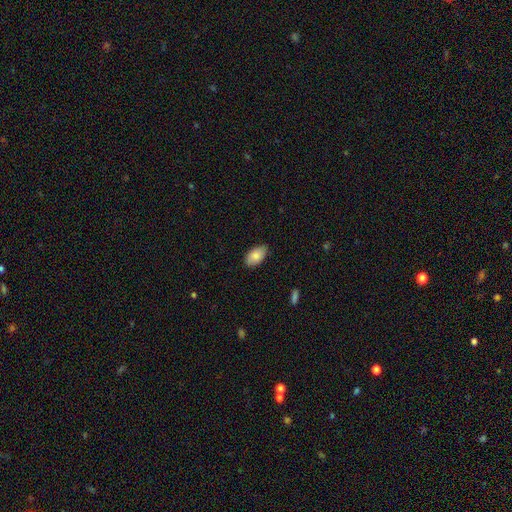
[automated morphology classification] Smooth or featured?
  - smooth: 84% *
  - featured or disk: 10%
  - star or artifact: 7%
How rounded?
  - in between: 94% *
  - round: 4%
  - cigar-shaped: 2%
Merging?
  - none: 83% *
  - minor disturbance: 14%
  - major disturbance: 2%
  - merger: 1%